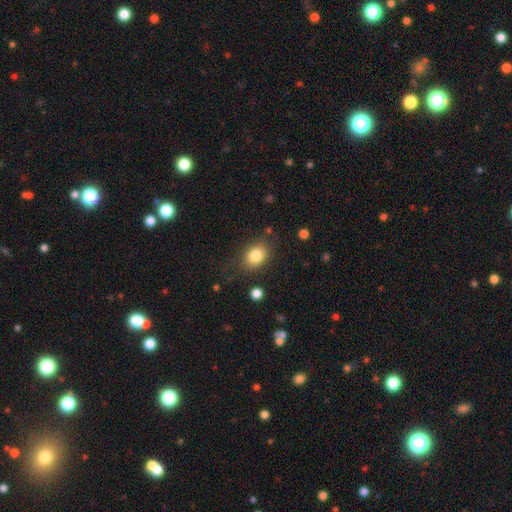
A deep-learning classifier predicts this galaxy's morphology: type=smooth (82%); roundness=in between (64%); merging=none (76%).